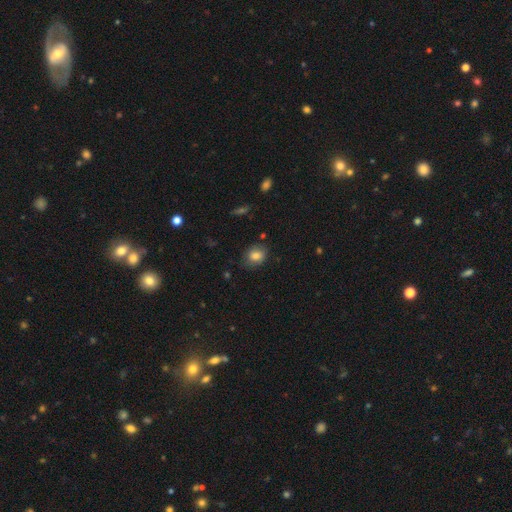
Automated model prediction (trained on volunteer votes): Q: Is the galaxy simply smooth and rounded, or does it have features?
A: smooth — 81%.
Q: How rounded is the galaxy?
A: round — 50%.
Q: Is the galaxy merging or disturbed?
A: none — 76%.